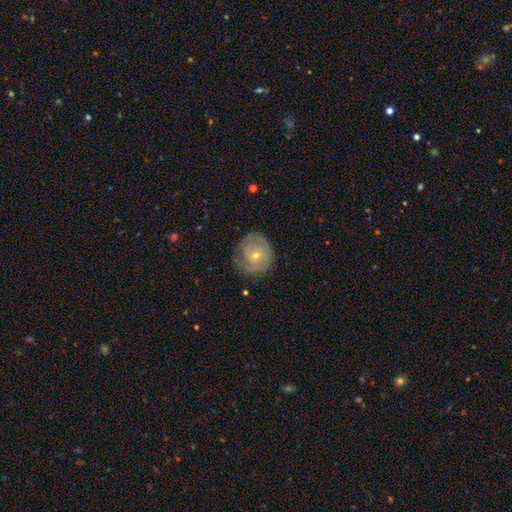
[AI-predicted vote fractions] Q: Smooth or featured?
A: featured or disk (67%); runner-up: smooth (24%)
Q: Edge-on disk?
A: no (97%); runner-up: yes (3%)
Q: Bar?
A: no (75%); runner-up: weak (21%)
Q: Spiral arms?
A: yes (84%); runner-up: no (16%)
Q: Spiral winding?
A: tight (67%); runner-up: medium (25%)
Q: Spiral arm count?
A: can't tell (43%); runner-up: 2 (27%)
Q: Bulge size?
A: small (62%); runner-up: moderate (35%)
Q: Merging?
A: none (71%); runner-up: minor disturbance (19%)